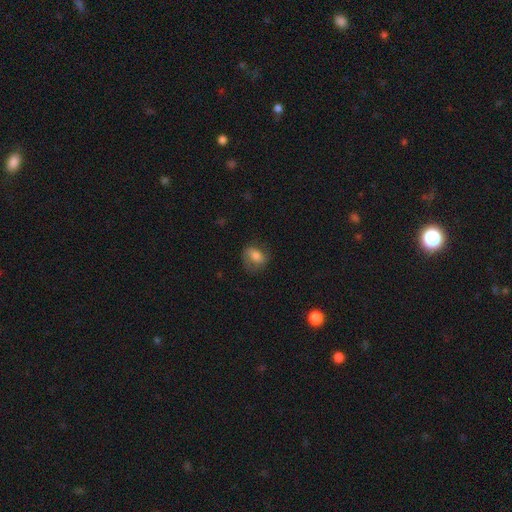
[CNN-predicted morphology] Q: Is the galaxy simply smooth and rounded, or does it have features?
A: smooth — 66%.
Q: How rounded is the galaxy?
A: in between — 63%.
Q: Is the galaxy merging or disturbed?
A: none — 62%.